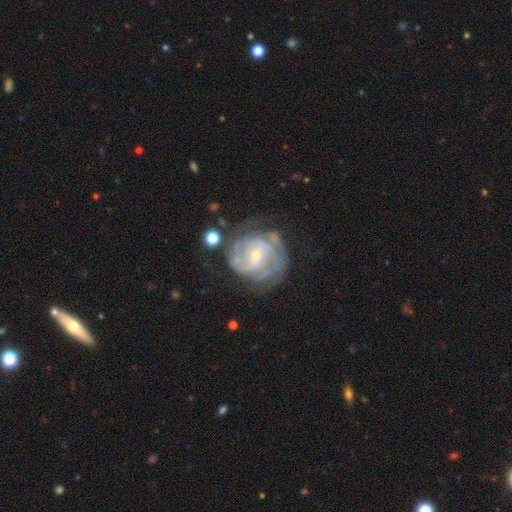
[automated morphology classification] Smooth or featured? featured or disk (86%)
Edge-on disk? no (98%)
Bar? no (47%)
Spiral arms? yes (95%)
Spiral winding? tight (60%)
Spiral arm count? can't tell (32%)
Bulge size? small (72%)
Merging? none (63%)